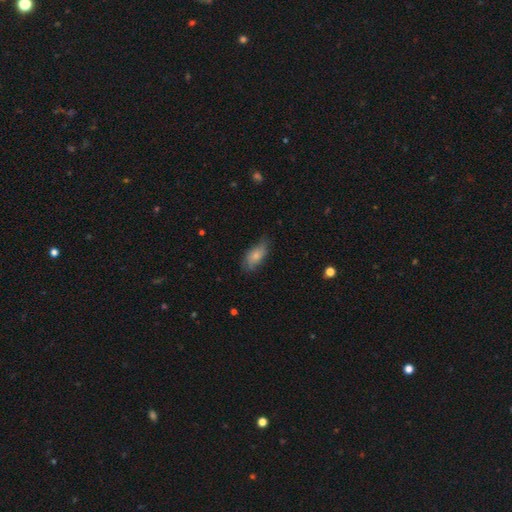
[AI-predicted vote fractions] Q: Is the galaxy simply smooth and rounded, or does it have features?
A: smooth — 71%.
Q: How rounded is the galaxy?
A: in between — 88%.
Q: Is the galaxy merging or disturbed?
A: none — 64%.